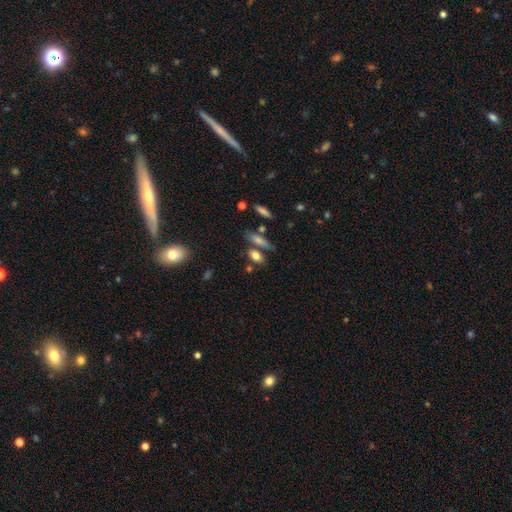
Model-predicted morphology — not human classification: Smooth or featured: smooth — 76% (featured or disk — 15%)
How rounded: in between — 73% (cigar-shaped — 20%)
Merging: none — 65% (merger — 17%)